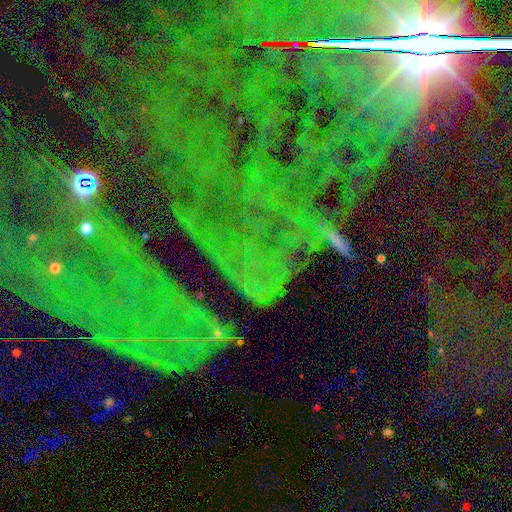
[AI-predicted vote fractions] Smooth or featured? Predicted: star or artifact (p=0.82).